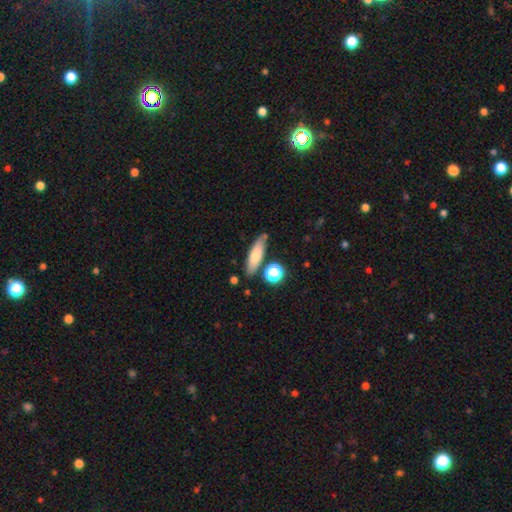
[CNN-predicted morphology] The model was most divided on "how rounded": cigar-shaped: 56%, in between: 40%, round: 4%. More confident: merging — none (76%); smooth or featured — smooth (74%).